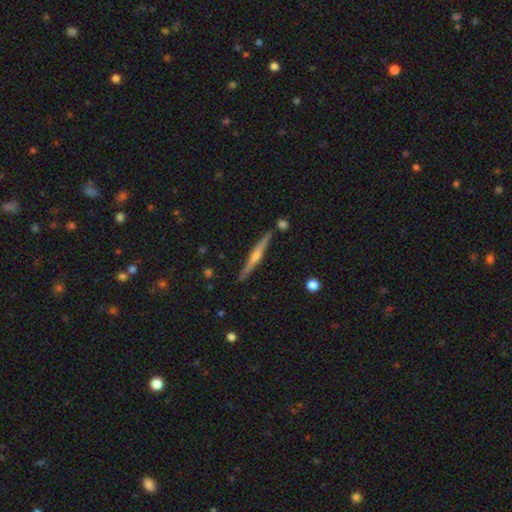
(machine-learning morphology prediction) This is likely a featured or disk galaxy (69%). It is clearly viewed edge-on (98%). Edge-on bulge: likely rounded (76%). Merging: clearly none (87%).